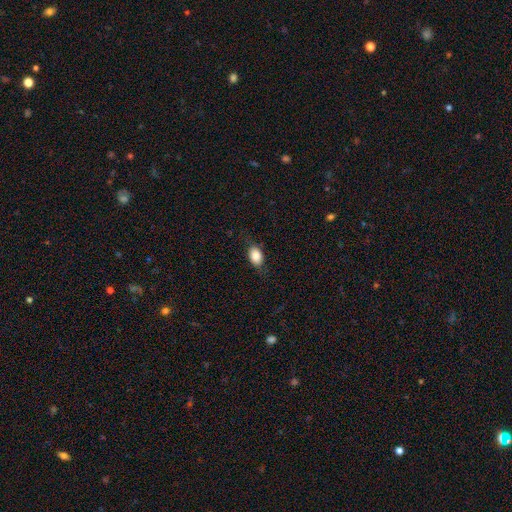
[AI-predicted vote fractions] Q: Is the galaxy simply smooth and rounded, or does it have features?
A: smooth — 84%.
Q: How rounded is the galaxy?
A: in between — 83%.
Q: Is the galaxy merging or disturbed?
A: none — 78%.